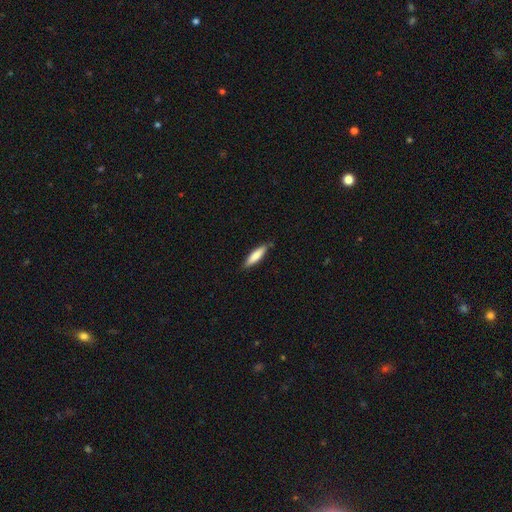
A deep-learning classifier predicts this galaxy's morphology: This is likely a smooth galaxy (76%). How rounded: likely cigar-shaped (73%). Merging: clearly none (85%).